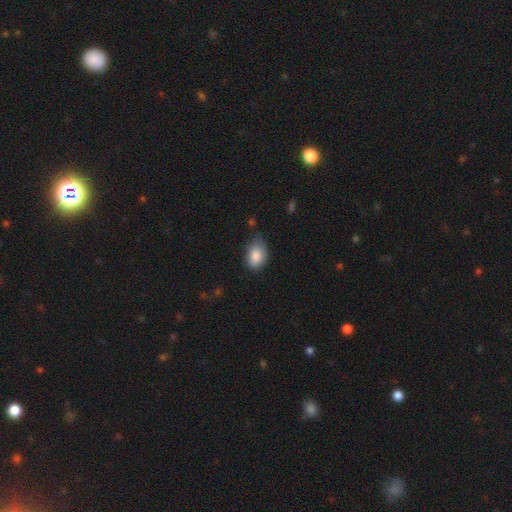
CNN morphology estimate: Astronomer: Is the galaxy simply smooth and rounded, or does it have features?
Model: smooth — 87%.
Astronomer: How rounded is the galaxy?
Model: in between — 82%.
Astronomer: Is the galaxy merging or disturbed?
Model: none — 60%.